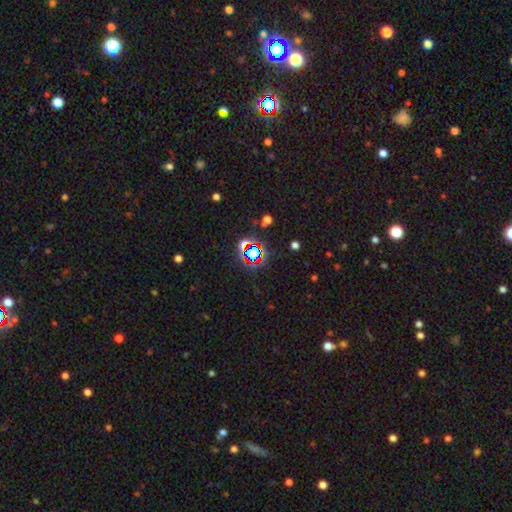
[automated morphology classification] smooth-or-featured: star or artifact: 70% | smooth: 19% | featured or disk: 10%